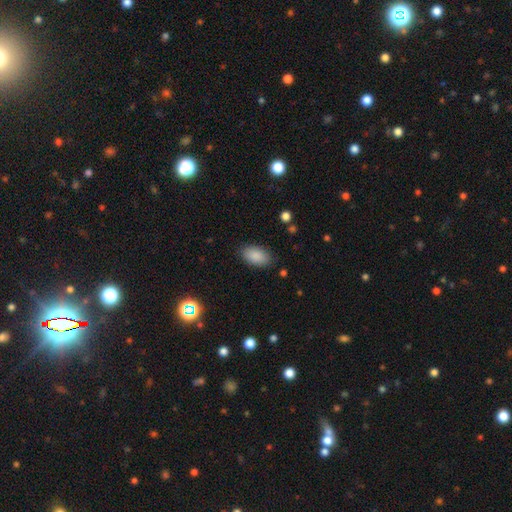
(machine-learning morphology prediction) smooth-or-featured: smooth: 88% | star or artifact: 7% | featured or disk: 4%
  how-rounded: in between: 93% | round: 4% | cigar-shaped: 2%
  merging: none: 85% | minor disturbance: 11% | major disturbance: 3% | merger: 1%